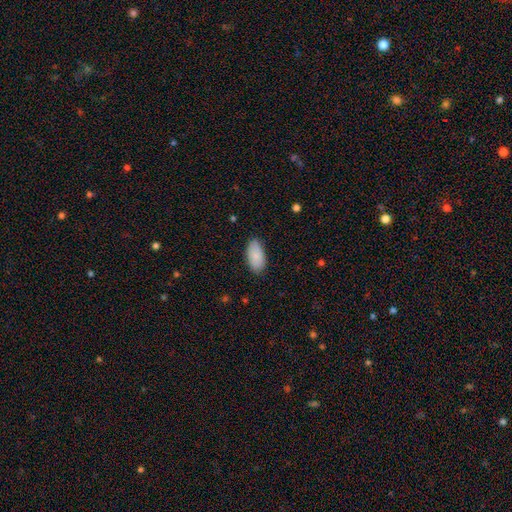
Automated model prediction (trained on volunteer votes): Smooth or featured?
  - smooth: 88% *
  - star or artifact: 6%
  - featured or disk: 6%
How rounded?
  - in between: 94% *
  - cigar-shaped: 3%
  - round: 3%
Merging?
  - none: 84% *
  - minor disturbance: 12%
  - major disturbance: 2%
  - merger: 1%